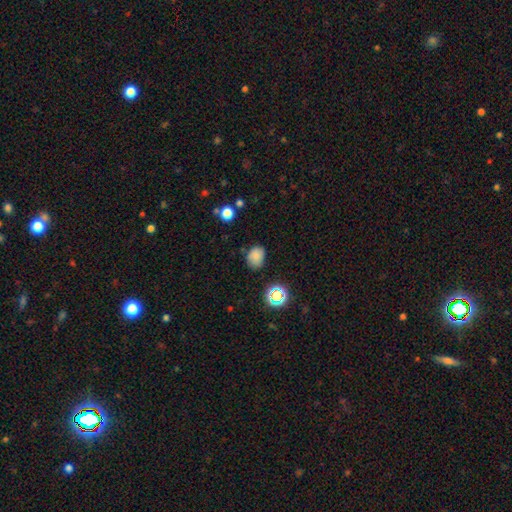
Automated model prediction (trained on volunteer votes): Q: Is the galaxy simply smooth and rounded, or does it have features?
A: smooth — 76%.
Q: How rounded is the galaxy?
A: in between — 55%.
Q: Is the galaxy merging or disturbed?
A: none — 69%.